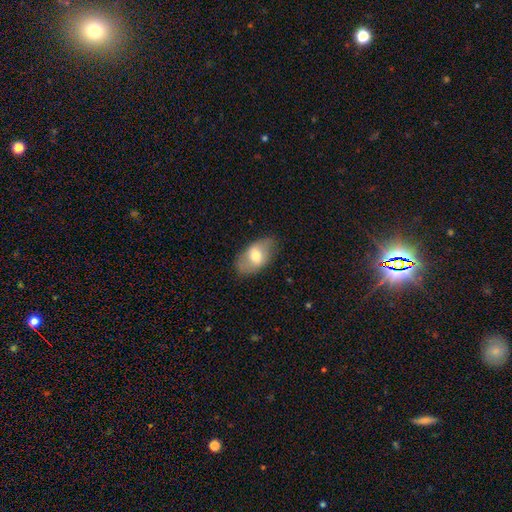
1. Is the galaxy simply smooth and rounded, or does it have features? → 66% smooth, 34% featured or disk, 0% star or artifact.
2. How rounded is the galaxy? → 100% in between, 0% round, 0% cigar-shaped.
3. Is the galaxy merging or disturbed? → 84% none, 13% minor disturbance, 3% major disturbance, 0% merger.